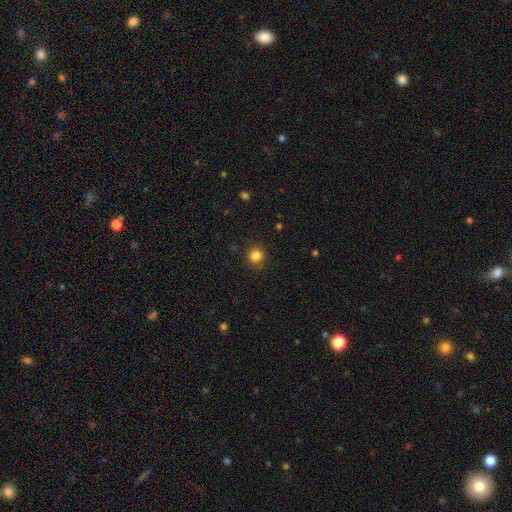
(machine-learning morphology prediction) This appears to be a smooth galaxy with no disk features (84%) that is round (91%). Merging: none (89%).